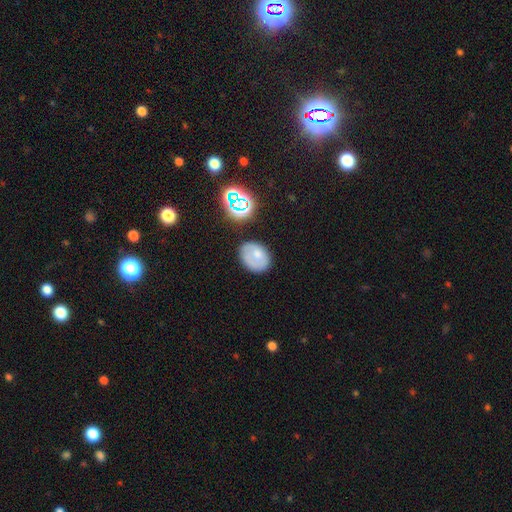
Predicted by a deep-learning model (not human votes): Q: Smooth or featured?
A: smooth (63%); runner-up: featured or disk (24%)
Q: How rounded?
A: in between (62%); runner-up: round (37%)
Q: Merging?
A: none (68%); runner-up: minor disturbance (21%)